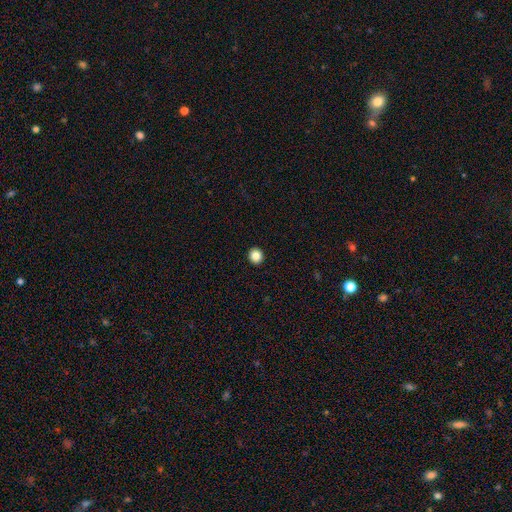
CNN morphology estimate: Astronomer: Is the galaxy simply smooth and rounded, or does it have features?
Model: smooth — 86%.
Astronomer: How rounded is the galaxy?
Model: round — 92%.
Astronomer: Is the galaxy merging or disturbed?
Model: none — 94%.